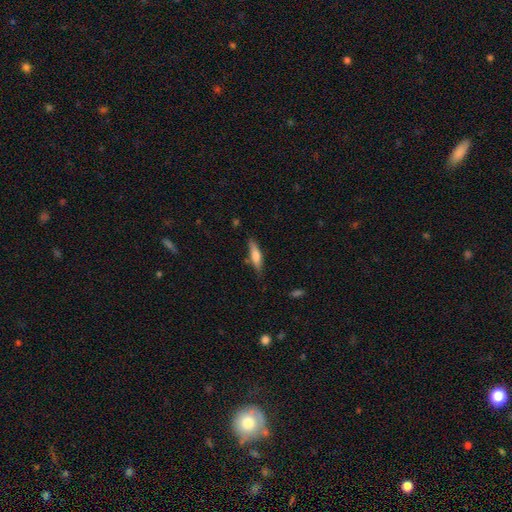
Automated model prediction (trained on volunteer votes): Smooth or featured?
  - smooth: 62% *
  - featured or disk: 32%
  - star or artifact: 6%
How rounded?
  - cigar-shaped: 73% *
  - in between: 25%
  - round: 2%
Merging?
  - none: 75% *
  - minor disturbance: 18%
  - major disturbance: 4%
  - merger: 3%